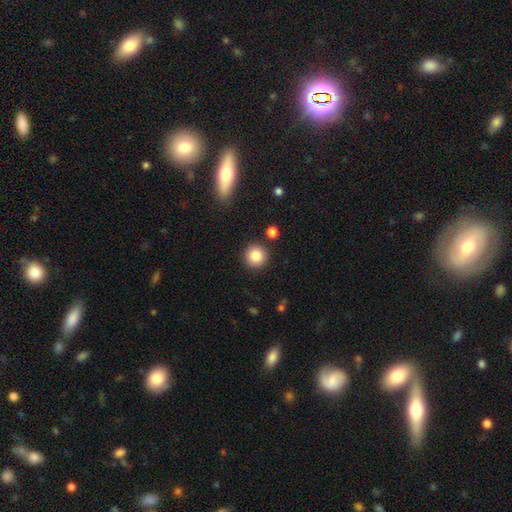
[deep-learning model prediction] Smooth or featured: smooth — 85% (star or artifact — 9%)
How rounded: round — 94% (in between — 5%)
Merging: none — 89% (minor disturbance — 6%)